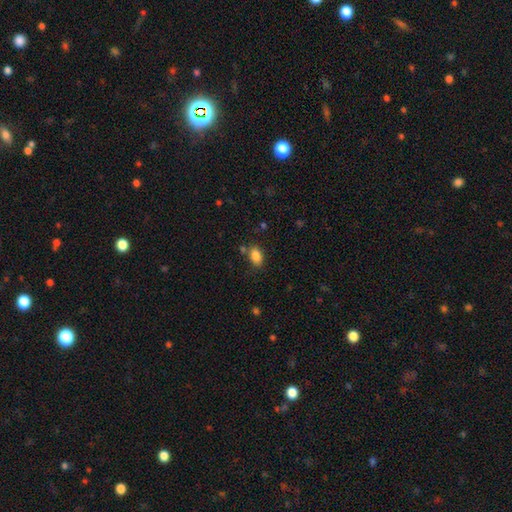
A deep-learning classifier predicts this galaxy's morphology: Smooth or featured: smooth — 86% (star or artifact — 9%)
How rounded: in between — 89% (round — 10%)
Merging: none — 76% (minor disturbance — 13%)